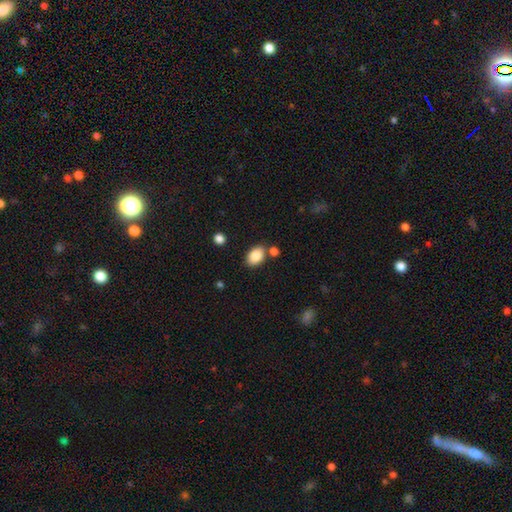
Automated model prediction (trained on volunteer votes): smooth_or_featured: smooth (p=0.87) [alt: star or artifact p=0.08]
how_rounded: in between (p=0.86) [alt: round p=0.12]
merging: none (p=0.77) [alt: minor disturbance p=0.11]